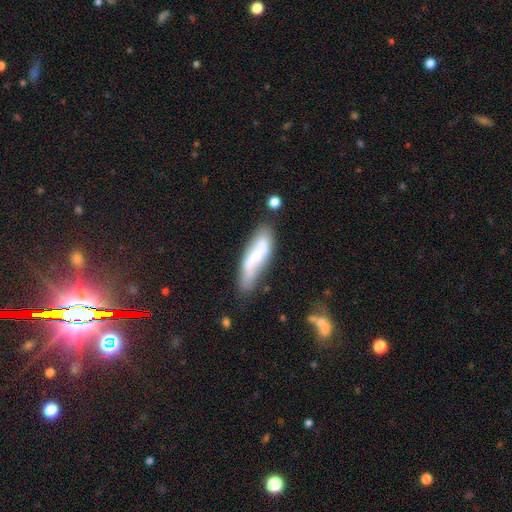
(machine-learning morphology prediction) type=smooth (48%); merging=none (52%).